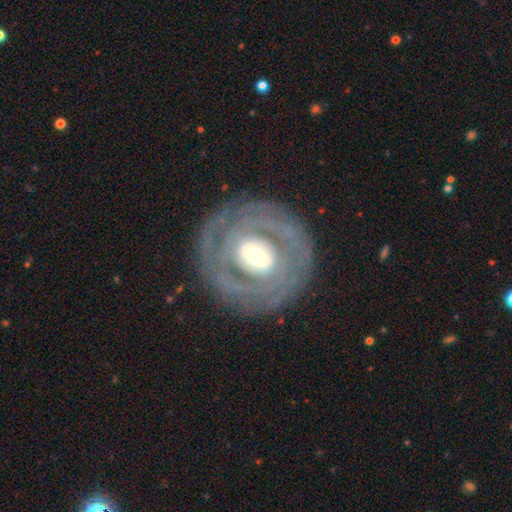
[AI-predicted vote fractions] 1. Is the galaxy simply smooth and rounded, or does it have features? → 78% featured or disk, 16% smooth, 6% star or artifact.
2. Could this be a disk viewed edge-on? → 95% no, 5% yes.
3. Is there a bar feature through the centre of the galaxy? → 36% weak, 35% no, 29% strong.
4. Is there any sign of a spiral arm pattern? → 66% yes, 34% no.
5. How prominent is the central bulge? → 55% moderate, 22% small, 19% large, 2% dominant, 1% none.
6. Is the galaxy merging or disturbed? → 79% none, 12% minor disturbance, 7% major disturbance, 1% merger.